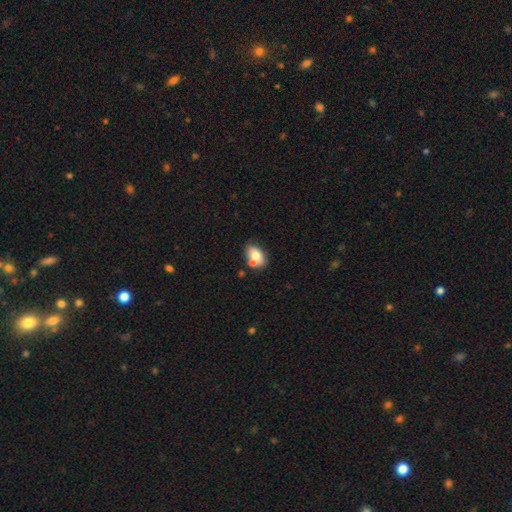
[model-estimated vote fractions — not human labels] Morphology: type=smooth (72%); roundness=in between (83%); merging=none (49%).